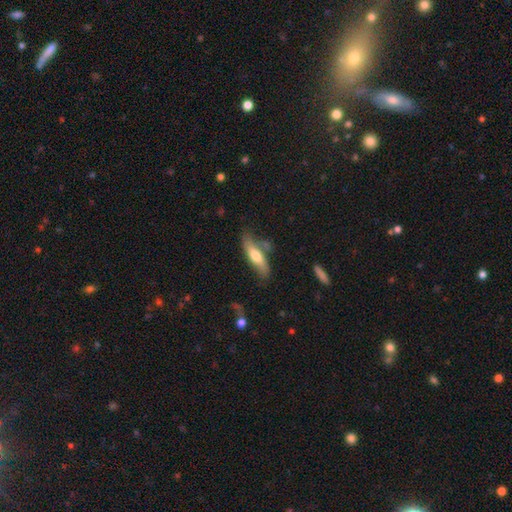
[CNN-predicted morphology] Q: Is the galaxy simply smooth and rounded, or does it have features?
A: smooth — 53%.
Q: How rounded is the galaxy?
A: cigar-shaped — 56%.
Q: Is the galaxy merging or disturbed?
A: none — 56%.